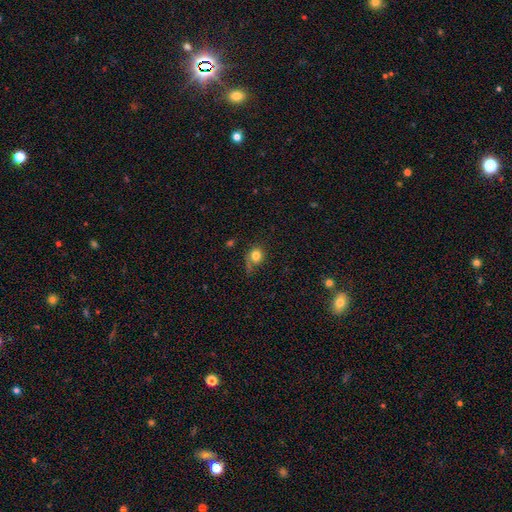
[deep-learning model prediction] Morphology: type=smooth (79%); roundness=round (74%); merging=none (58%).